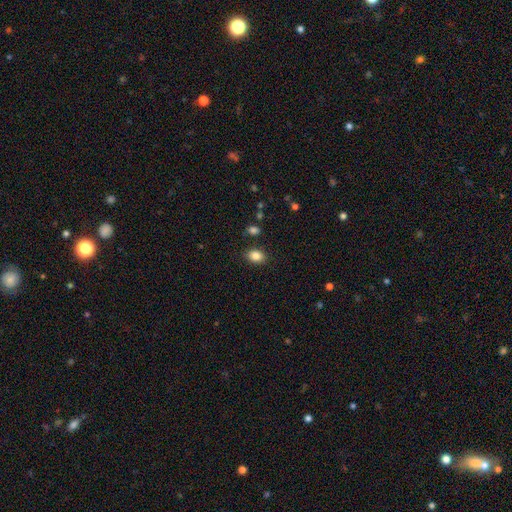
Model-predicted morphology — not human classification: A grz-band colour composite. It shows a smooth galaxy with no disk features (86%) that is in between round and cigar-shaped (77%). Merging: none (85%).